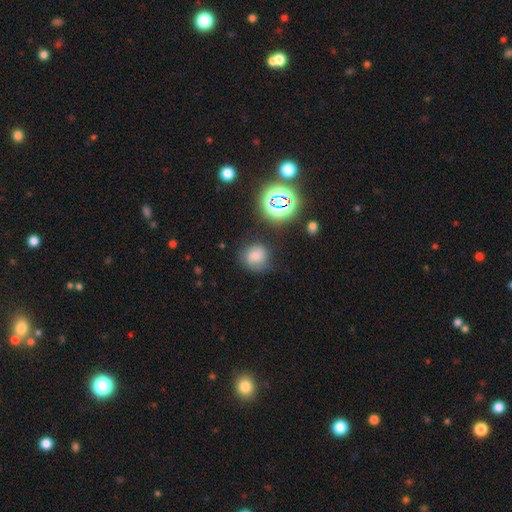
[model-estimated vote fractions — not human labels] The model was most divided on "merging": none: 65%, minor disturbance: 23%, major disturbance: 9%, merger: 3%. More confident: how rounded — round (77%); smooth or featured — smooth (64%).